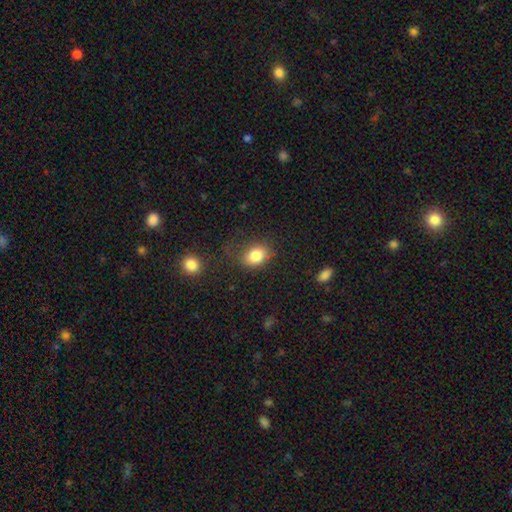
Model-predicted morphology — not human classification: smooth-or-featured: smooth: 83% | star or artifact: 9% | featured or disk: 8%
  how-rounded: in between: 69% | round: 30% | cigar-shaped: 1%
  merging: none: 68% | minor disturbance: 20% | major disturbance: 10% | merger: 3%